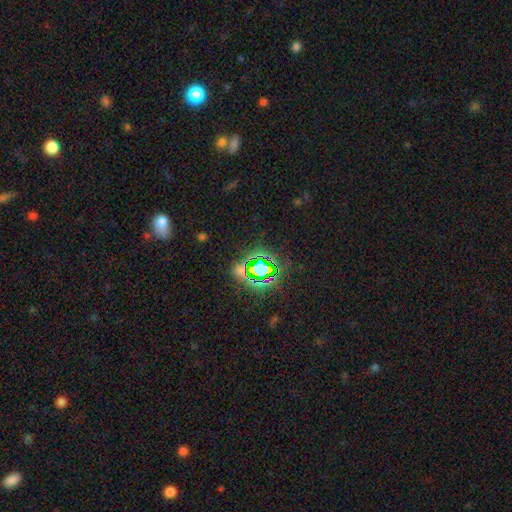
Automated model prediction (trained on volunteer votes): Smooth or featured? Predicted: star or artifact (p=0.73).